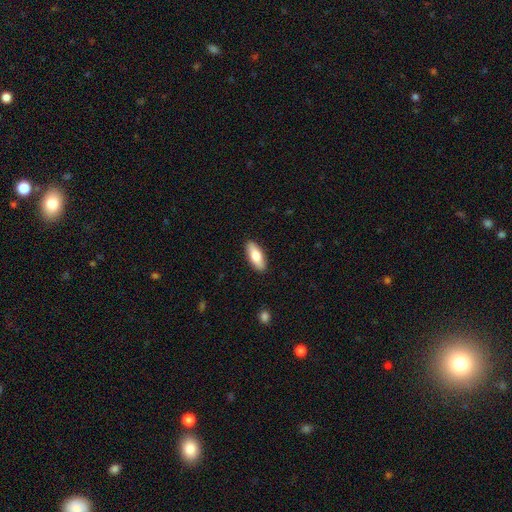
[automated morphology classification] type=smooth (78%); roundness=in between (79%); merging=none (89%).